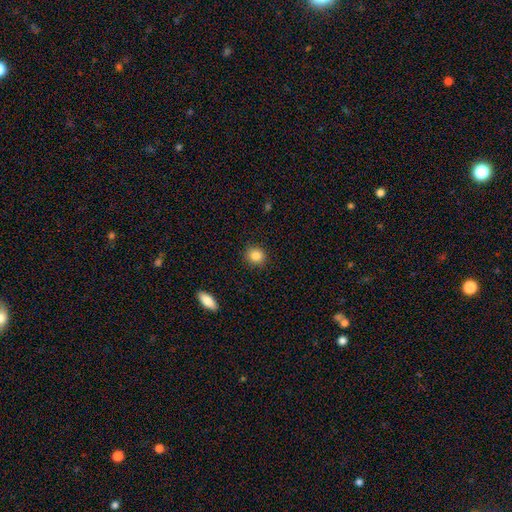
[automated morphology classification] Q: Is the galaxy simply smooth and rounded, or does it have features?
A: smooth — 85%.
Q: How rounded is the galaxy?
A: round — 83%.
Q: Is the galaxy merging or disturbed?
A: none — 90%.